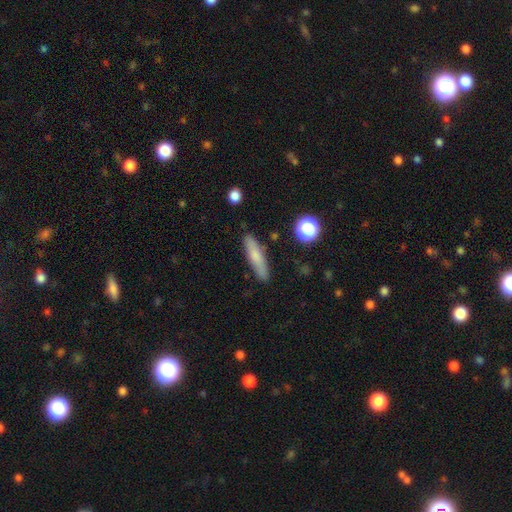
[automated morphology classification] smooth 70%, featured or disk 22%, star or artifact 8%. Down the decision tree: how rounded — cigar-shaped (80%); merging — none (86%).